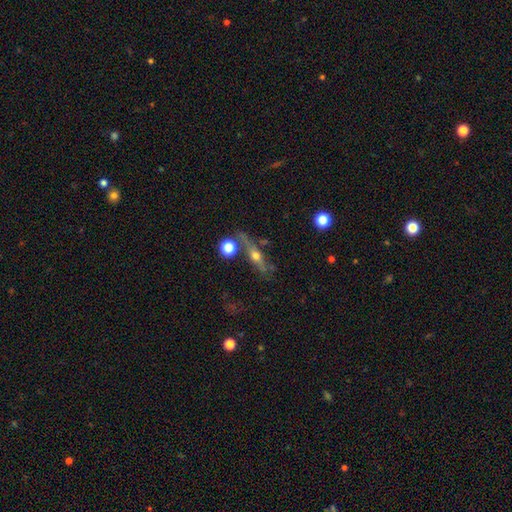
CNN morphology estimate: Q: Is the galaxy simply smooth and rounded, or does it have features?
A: featured or disk — 55%.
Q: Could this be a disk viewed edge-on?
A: yes — 81%.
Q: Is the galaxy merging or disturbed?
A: none — 63%.